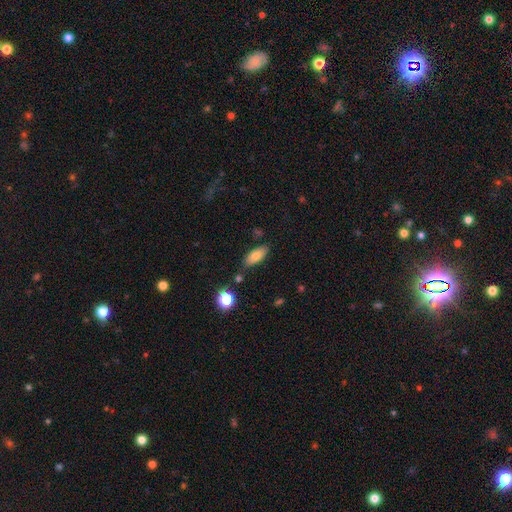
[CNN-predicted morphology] Smooth or featured? Predicted: smooth (p=0.76). How rounded? Predicted: in between (p=0.79). Merging? Predicted: none (p=0.78).